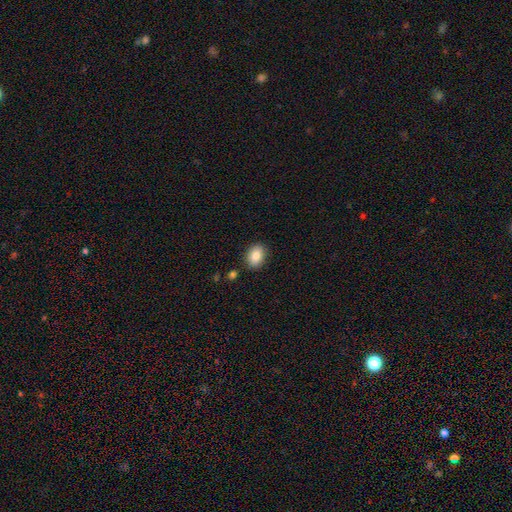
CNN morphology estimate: This is clearly a smooth galaxy (86%). How rounded: likely in between (75%). Merging: clearly none (86%).